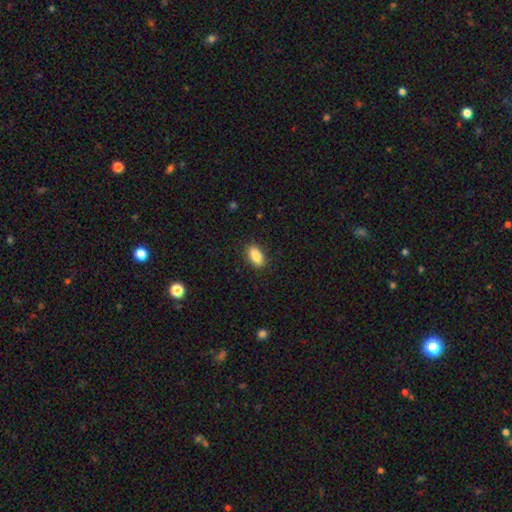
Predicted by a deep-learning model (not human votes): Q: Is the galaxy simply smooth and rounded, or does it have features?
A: smooth — 88%.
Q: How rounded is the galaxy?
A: in between — 92%.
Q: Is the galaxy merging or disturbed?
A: none — 89%.